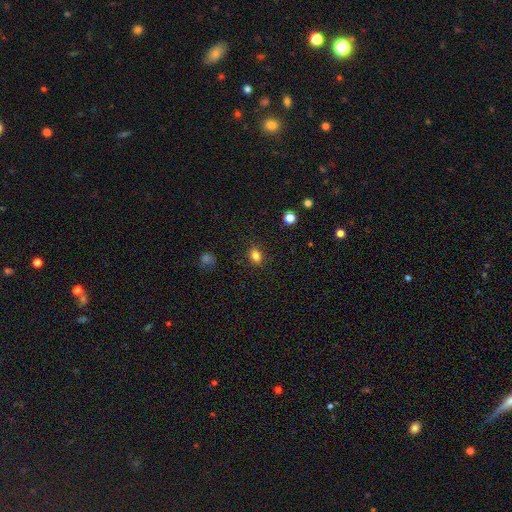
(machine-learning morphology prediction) The model was most divided on "how rounded": in between: 72%, round: 25%, cigar-shaped: 3%. More confident: merging — none (85%); smooth or featured — smooth (82%).